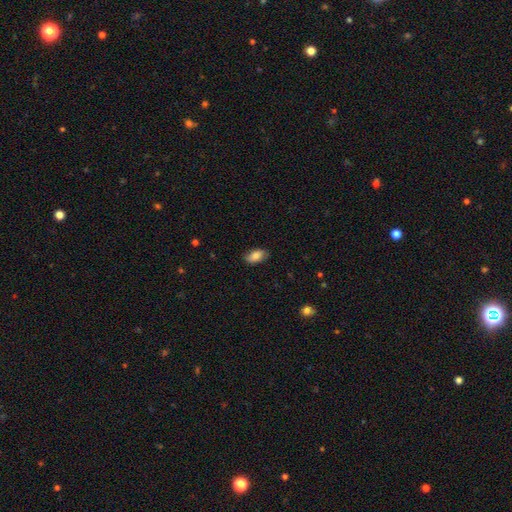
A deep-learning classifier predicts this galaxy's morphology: This is clearly a smooth galaxy (83%). How rounded: clearly in between (92%). Merging: clearly none (84%).